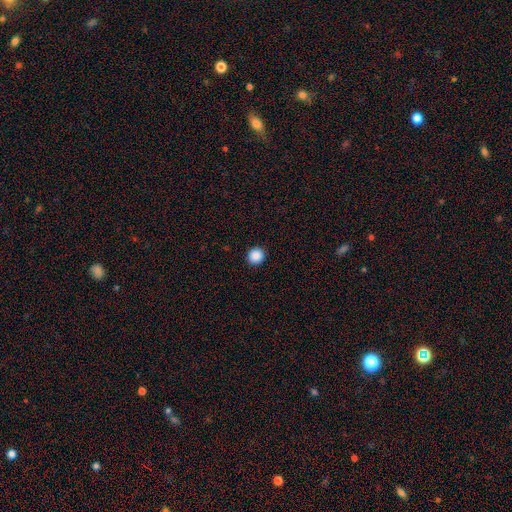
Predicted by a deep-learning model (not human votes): Morphology: type=smooth (88%); roundness=round (93%); merging=none (93%).